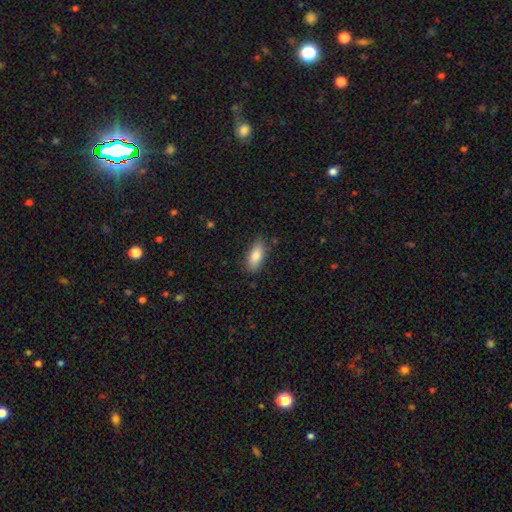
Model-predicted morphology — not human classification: Smooth or featured?
  - smooth: 84% *
  - featured or disk: 9%
  - star or artifact: 7%
How rounded?
  - in between: 83% *
  - cigar-shaped: 15%
  - round: 2%
Merging?
  - none: 81% *
  - minor disturbance: 15%
  - major disturbance: 3%
  - merger: 1%